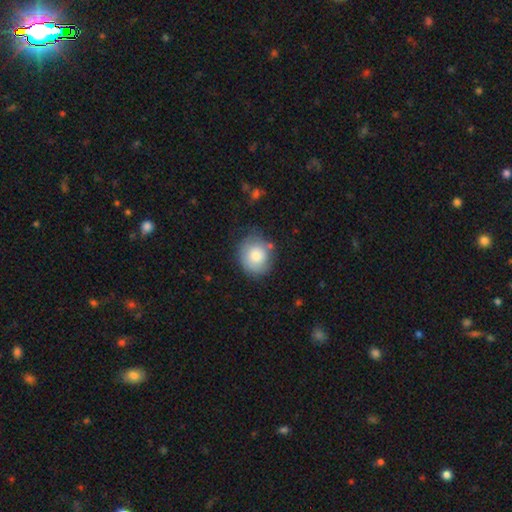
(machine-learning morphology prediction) A smooth galaxy with no disk features (77%) that is round (79%). Merging: none (71%).